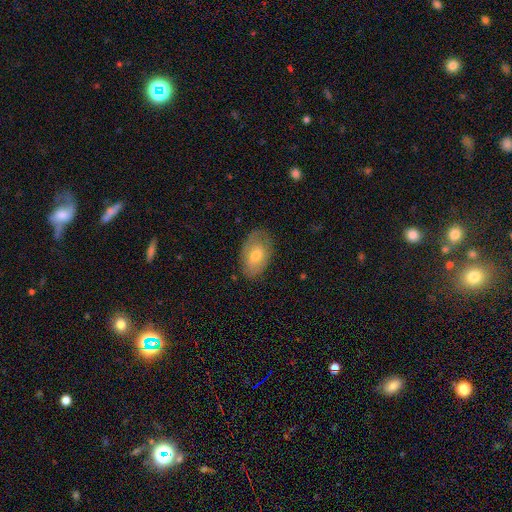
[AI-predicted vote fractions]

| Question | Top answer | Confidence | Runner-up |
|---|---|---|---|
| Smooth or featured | smooth | 52% | featured or disk (41%) |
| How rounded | in between | 90% | round (8%) |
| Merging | none | 73% | minor disturbance (20%) |